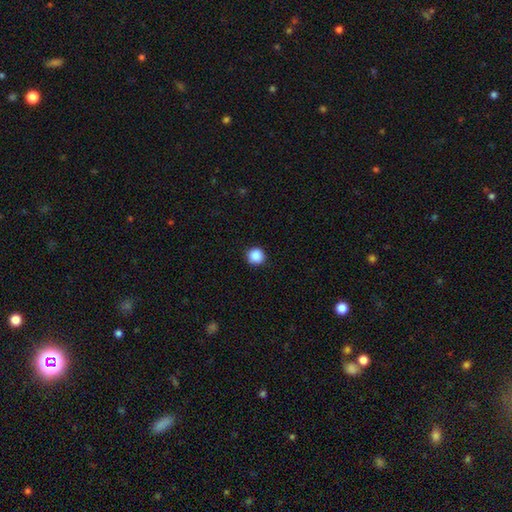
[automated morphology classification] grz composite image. It shows a smooth galaxy with no disk features (88%) that is round (95%). Merging: none (92%).